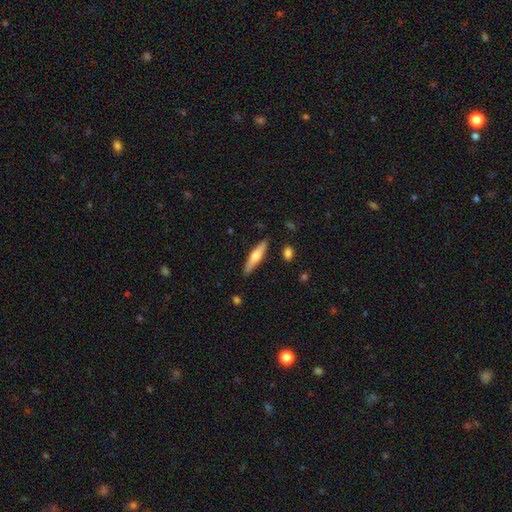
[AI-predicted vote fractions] Overall: smooth (54%; featured or disk 40%). How rounded: cigar-shaped (79%). Merging: none (86%).